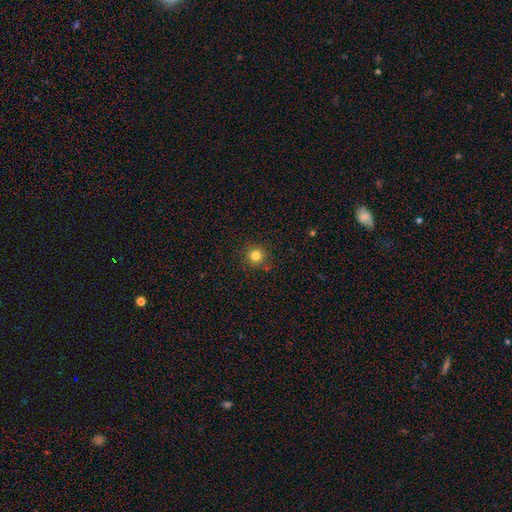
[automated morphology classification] A smooth galaxy with no disk features (81%) that is round (95%). Merging: none (88%).